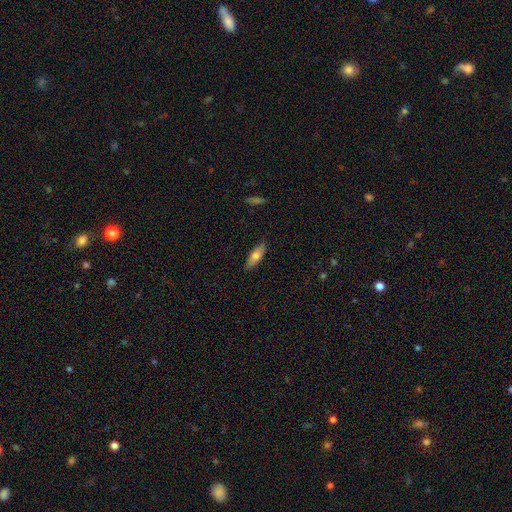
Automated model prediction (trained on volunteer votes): smooth-or-featured: smooth: 68% | featured or disk: 26% | star or artifact: 6%
  how-rounded: in between: 54% | cigar-shaped: 44% | round: 2%
  merging: none: 87% | minor disturbance: 10% | major disturbance: 2% | merger: 1%